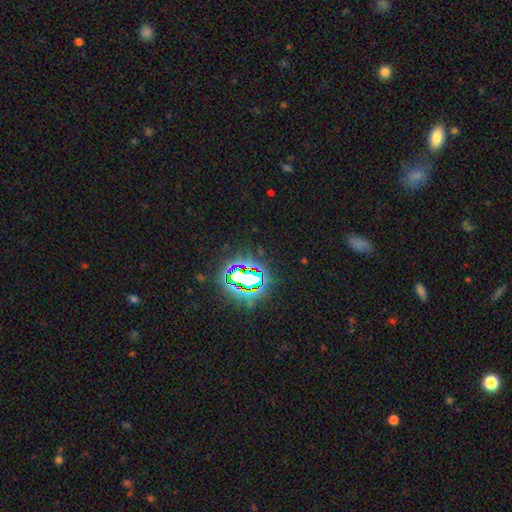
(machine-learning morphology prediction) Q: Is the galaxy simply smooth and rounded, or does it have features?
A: star or artifact — 78%.